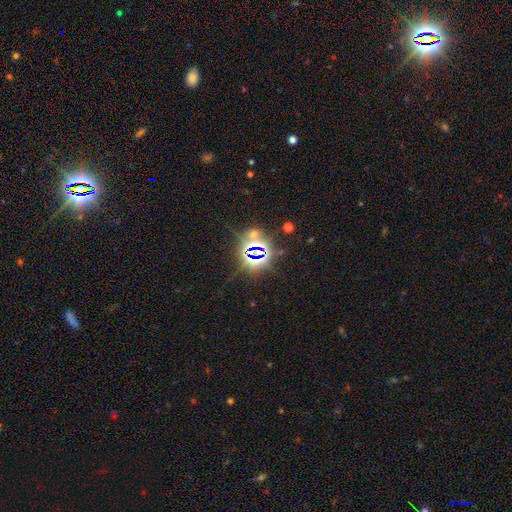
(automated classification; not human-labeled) Smooth or featured? Predicted: star or artifact (p=0.80).